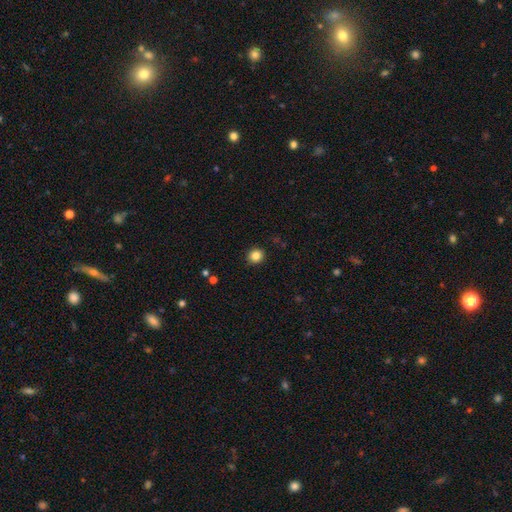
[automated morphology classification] Smooth or featured? smooth (84%)
How rounded? round (87%)
Merging? none (92%)